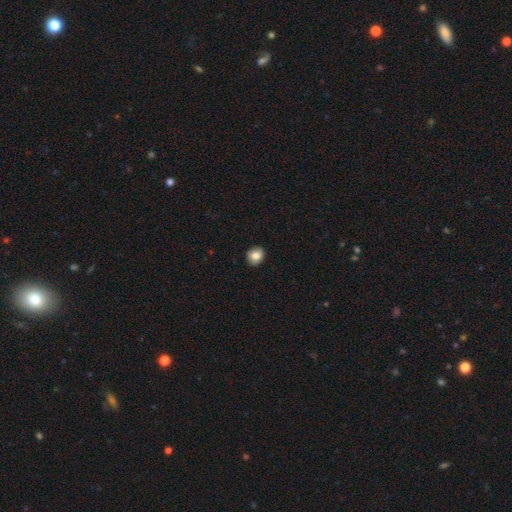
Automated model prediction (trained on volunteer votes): smooth_or_featured: smooth (p=0.83) [alt: star or artifact p=0.09]
how_rounded: round (p=0.74) [alt: in between p=0.25]
merging: none (p=0.88) [alt: minor disturbance p=0.09]